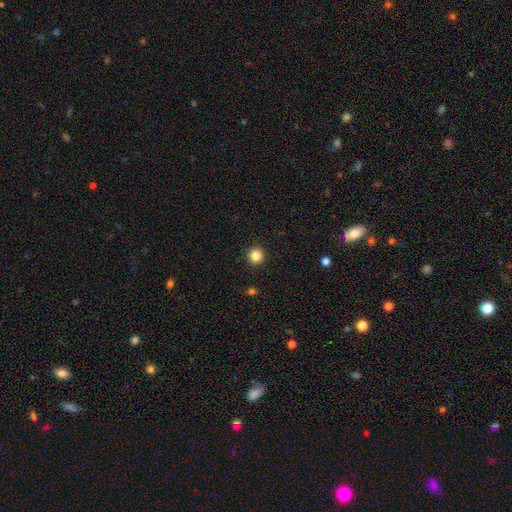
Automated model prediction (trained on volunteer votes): Morphology: type=smooth (85%); roundness=round (94%); merging=none (93%).